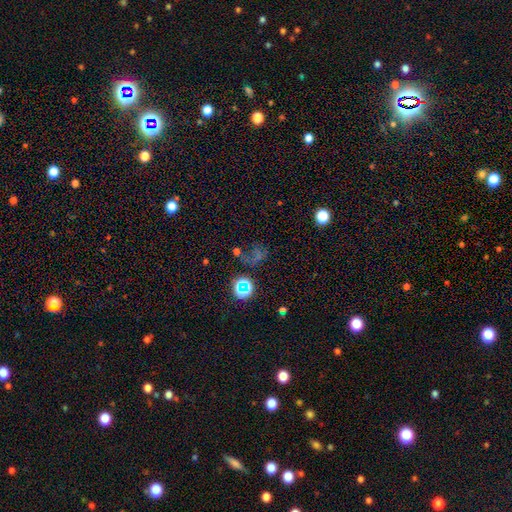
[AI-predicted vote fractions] Smooth or featured? star or artifact (55%)